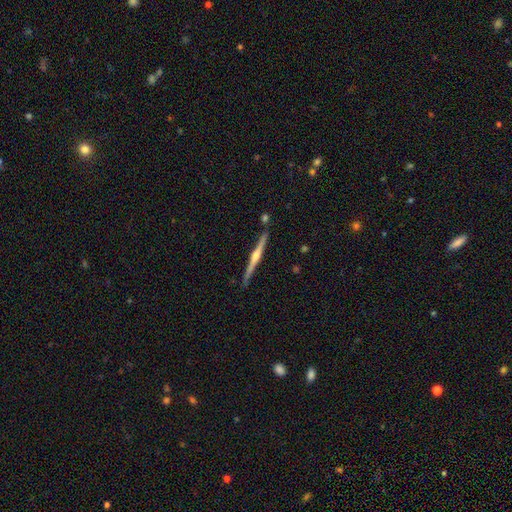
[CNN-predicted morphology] Q: Smooth or featured?
A: featured or disk (79%); runner-up: smooth (15%)
Q: Edge-on disk?
A: yes (98%); runner-up: no (2%)
Q: Edge-on bulge?
A: rounded (86%); runner-up: none (7%)
Q: Merging?
A: none (86%); runner-up: minor disturbance (9%)